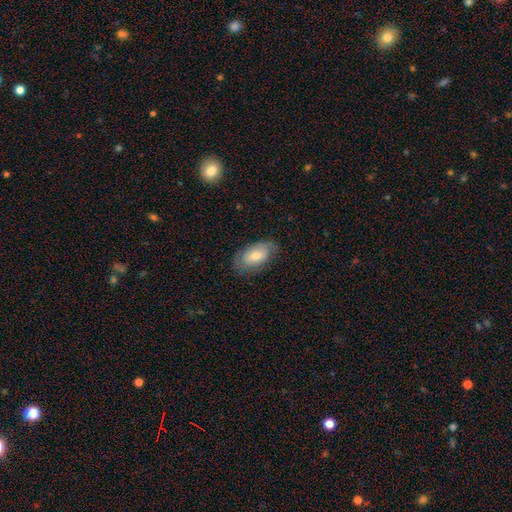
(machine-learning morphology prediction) smooth-or-featured: smooth: 61% | featured or disk: 32% | star or artifact: 7%
  how-rounded: in between: 92% | round: 5% | cigar-shaped: 3%
  merging: none: 74% | minor disturbance: 20% | major disturbance: 6% | merger: 1%